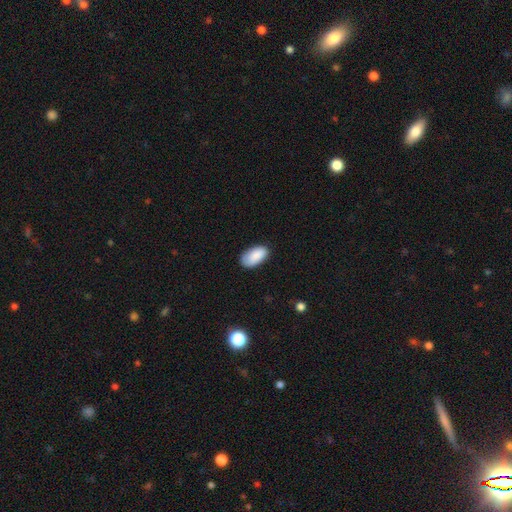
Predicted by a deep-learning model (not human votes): A smooth galaxy with no disk features (88%) that is in between round and cigar-shaped (95%).

Vote fractions:
- Smooth or featured? smooth: 88% / star or artifact: 6% / featured or disk: 6%
- How rounded? in between: 95% / round: 3% / cigar-shaped: 2%
- Merging? none: 76% / minor disturbance: 19% / major disturbance: 4% / merger: 1%